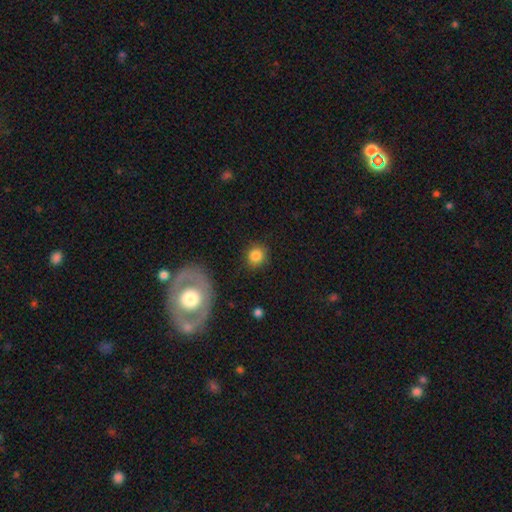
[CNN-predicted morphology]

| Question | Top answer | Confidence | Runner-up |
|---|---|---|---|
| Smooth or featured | smooth | 84% | star or artifact (10%) |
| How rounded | round | 86% | in between (13%) |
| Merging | none | 84% | minor disturbance (10%) |